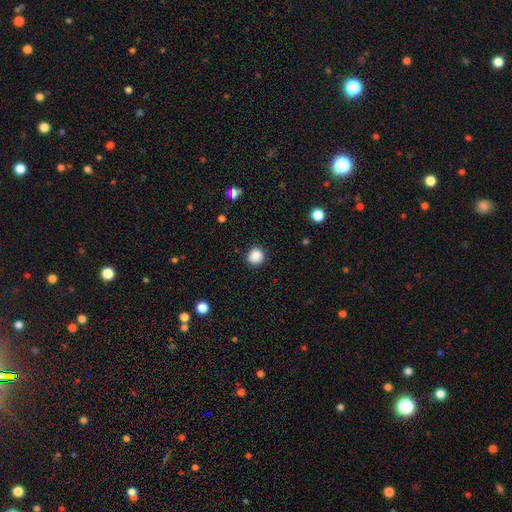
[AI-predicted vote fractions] This appears to be a smooth galaxy with no disk features (87%) that is round (92%). Merging: none (90%).